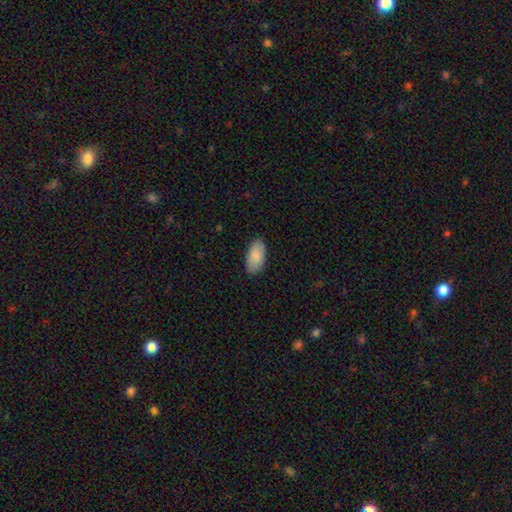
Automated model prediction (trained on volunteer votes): Morphology: type=smooth (88%); roundness=in between (95%); merging=none (86%).